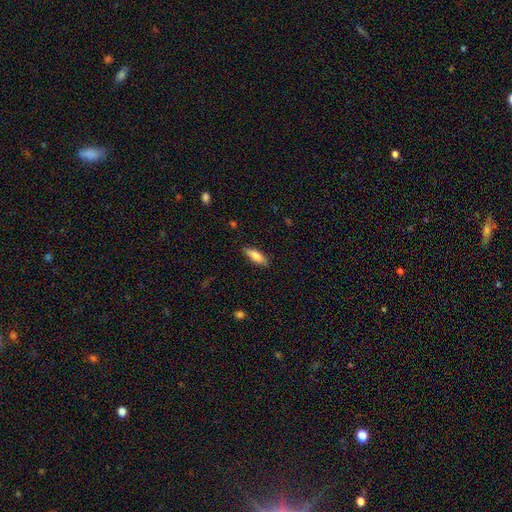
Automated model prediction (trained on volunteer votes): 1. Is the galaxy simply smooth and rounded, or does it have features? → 81% smooth, 13% featured or disk, 6% star or artifact.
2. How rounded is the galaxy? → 62% in between, 36% cigar-shaped, 2% round.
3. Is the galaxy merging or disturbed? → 86% none, 11% minor disturbance, 2% major disturbance, 1% merger.